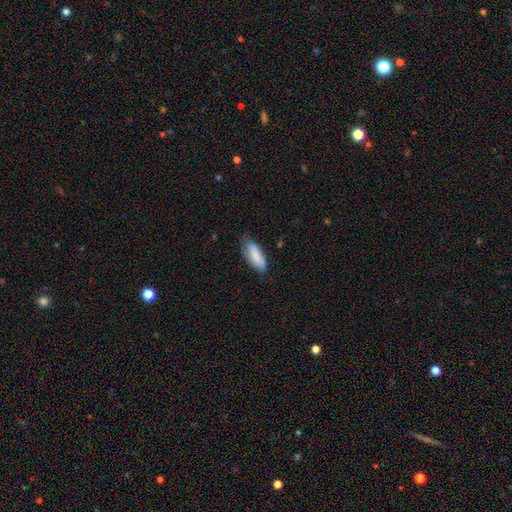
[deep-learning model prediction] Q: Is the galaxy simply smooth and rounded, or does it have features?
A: smooth — 81%.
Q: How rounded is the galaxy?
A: in between — 75%.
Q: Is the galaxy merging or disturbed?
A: none — 65%.